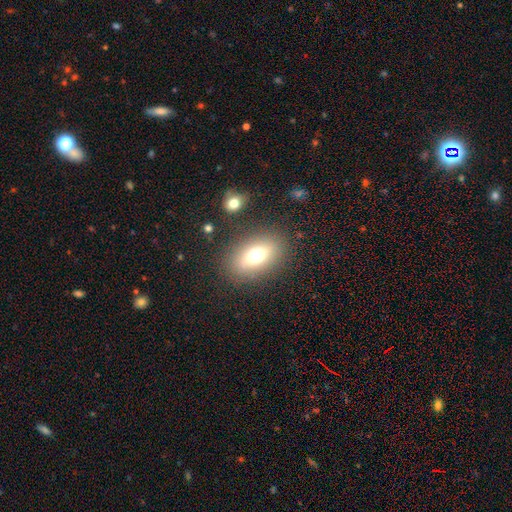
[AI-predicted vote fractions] Smooth or featured?
  - smooth: 69% *
  - featured or disk: 19%
  - star or artifact: 12%
How rounded?
  - in between: 80% *
  - round: 16%
  - cigar-shaped: 4%
Merging?
  - none: 82% *
  - minor disturbance: 10%
  - major disturbance: 5%
  - merger: 3%